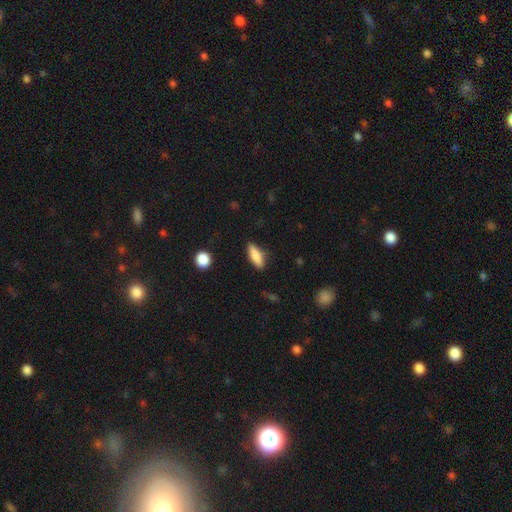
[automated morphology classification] type=smooth (81%); roundness=in between (57%); merging=none (83%).